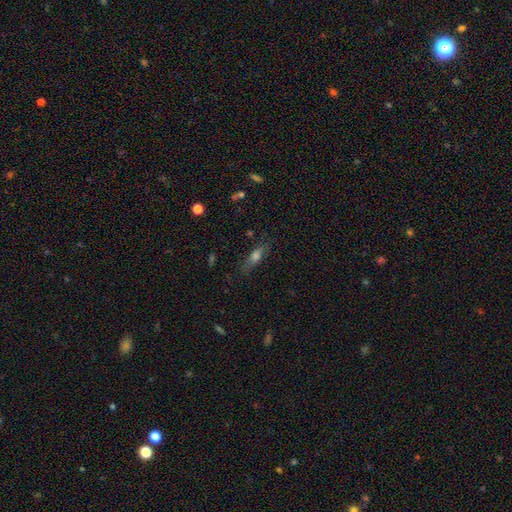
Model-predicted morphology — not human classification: Smooth or featured? Predicted: smooth (p=0.61). How rounded? Predicted: in between (p=0.48, tied with cigar-shaped). Merging? Predicted: none (p=0.73).